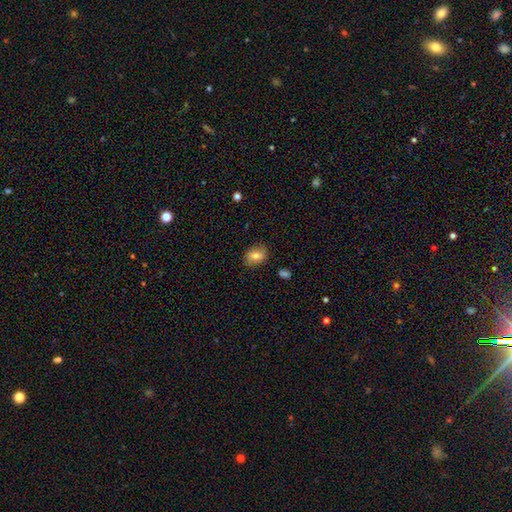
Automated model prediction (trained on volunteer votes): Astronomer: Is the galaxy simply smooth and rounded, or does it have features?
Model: smooth — 78%.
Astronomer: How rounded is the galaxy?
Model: in between — 71%.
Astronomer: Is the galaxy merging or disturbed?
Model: none — 85%.